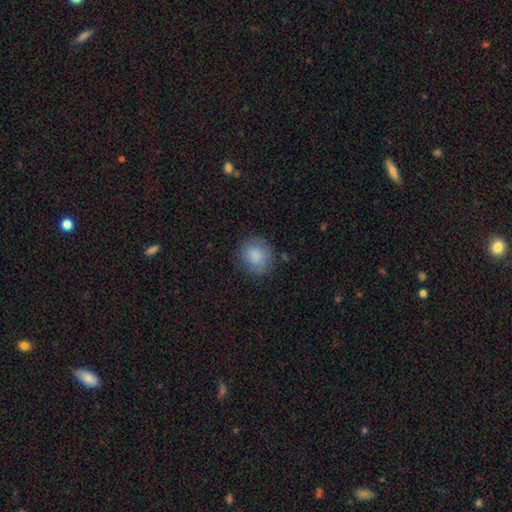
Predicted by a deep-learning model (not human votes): Smooth or featured: smooth — 85% (star or artifact — 7%)
How rounded: round — 83% (in between — 16%)
Merging: none — 81% (minor disturbance — 13%)